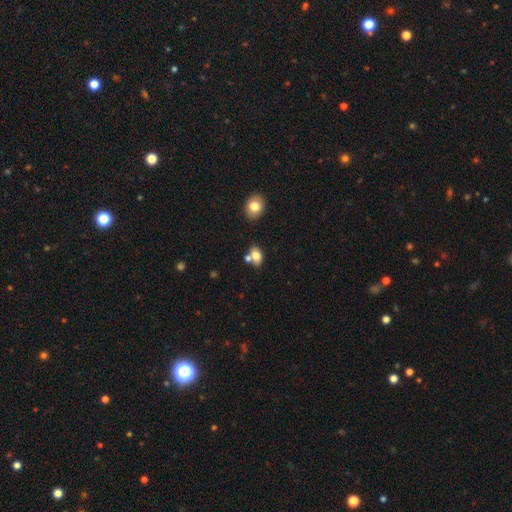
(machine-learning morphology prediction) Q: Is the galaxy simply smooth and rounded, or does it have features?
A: smooth — 77%.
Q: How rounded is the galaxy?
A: in between — 77%.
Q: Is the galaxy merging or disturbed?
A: none — 52%.